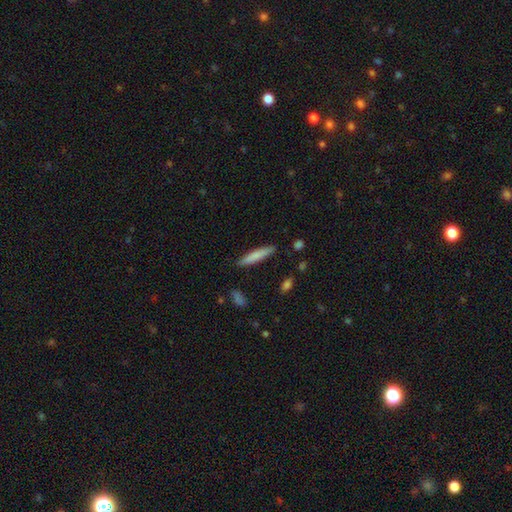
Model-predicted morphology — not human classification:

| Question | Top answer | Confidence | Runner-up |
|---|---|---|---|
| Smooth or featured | smooth | 77% | featured or disk (17%) |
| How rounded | cigar-shaped | 89% | in between (10%) |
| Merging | none | 87% | minor disturbance (9%) |